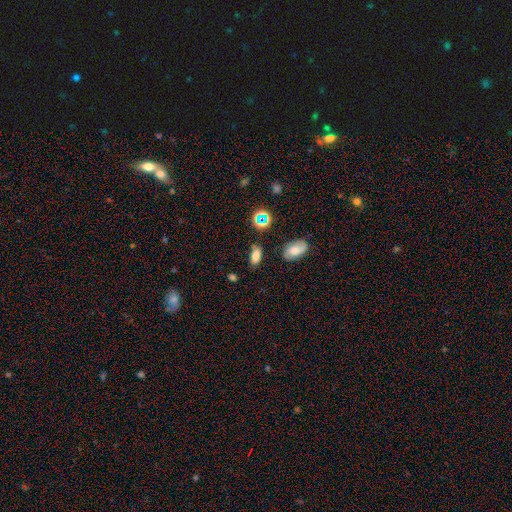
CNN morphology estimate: smooth-or-featured: smooth: 76% | star or artifact: 15% | featured or disk: 9%
  how-rounded: in between: 86% | cigar-shaped: 7% | round: 7%
  merging: none: 75% | minor disturbance: 16% | merger: 5% | major disturbance: 4%